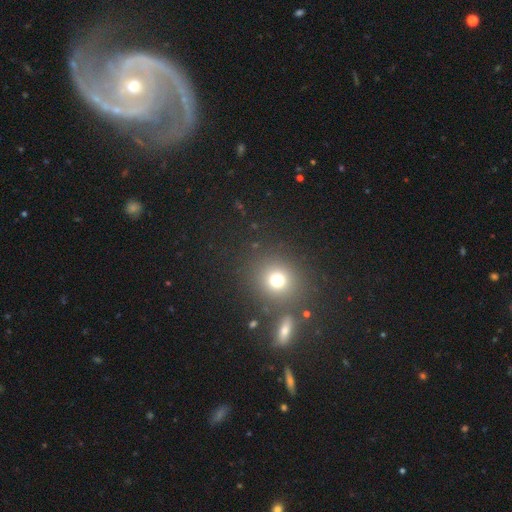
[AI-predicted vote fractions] Smooth or featured: featured or disk — 46% (smooth — 36%)
Merging: none — 80% (minor disturbance — 10%)